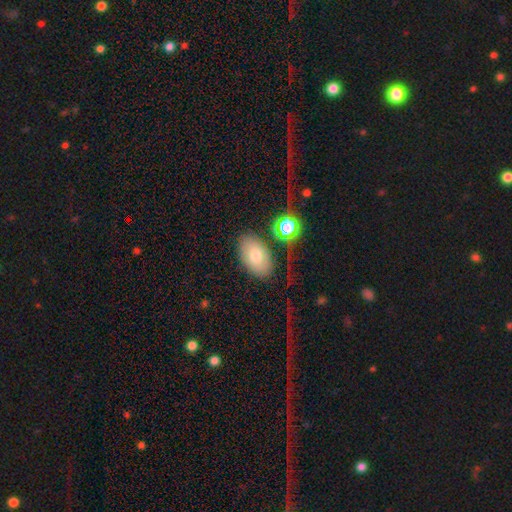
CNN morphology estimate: Smooth or featured?
  - smooth: 72% *
  - featured or disk: 17%
  - star or artifact: 11%
How rounded?
  - in between: 90% *
  - round: 9%
  - cigar-shaped: 1%
Merging?
  - none: 75% *
  - minor disturbance: 14%
  - major disturbance: 7%
  - merger: 4%